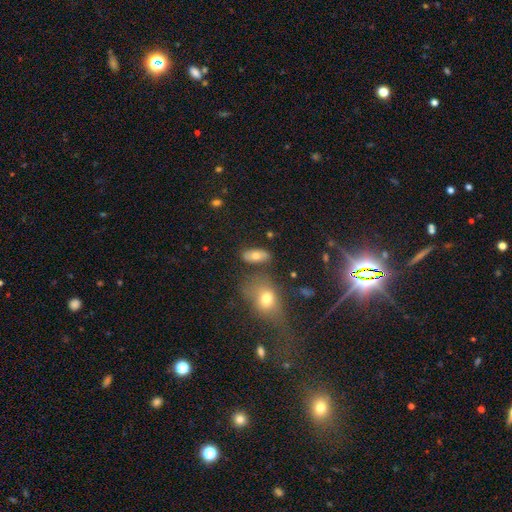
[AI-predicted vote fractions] smooth-or-featured: smooth: 71% | featured or disk: 19% | star or artifact: 10%
  how-rounded: in between: 86% | cigar-shaped: 8% | round: 6%
  merging: none: 71% | minor disturbance: 14% | merger: 9% | major disturbance: 5%